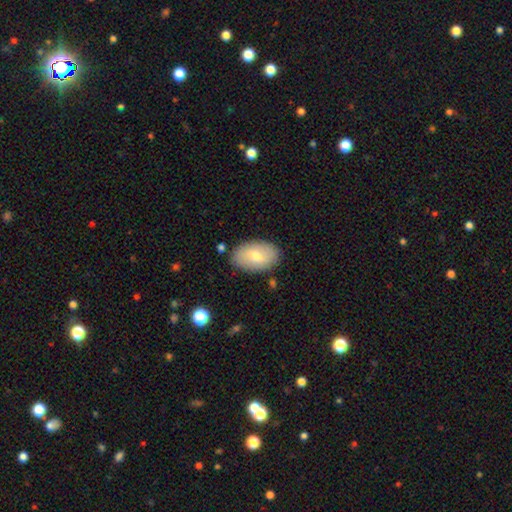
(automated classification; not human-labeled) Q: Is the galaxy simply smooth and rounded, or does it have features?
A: smooth — 69%.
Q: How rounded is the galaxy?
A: in between — 91%.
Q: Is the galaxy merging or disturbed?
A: none — 84%.